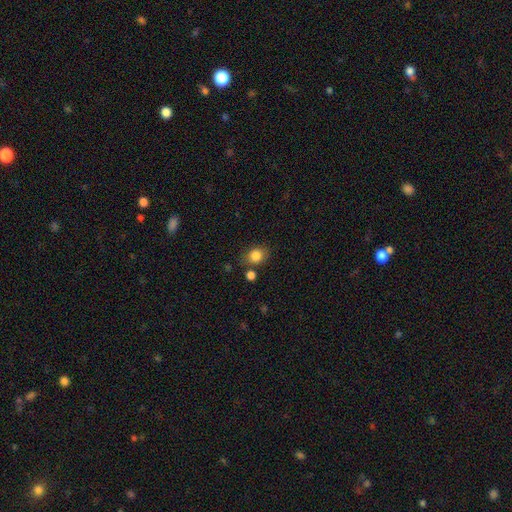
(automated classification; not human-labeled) A smooth galaxy with no disk features (83%) that is round (53%). Merging: none (72%).